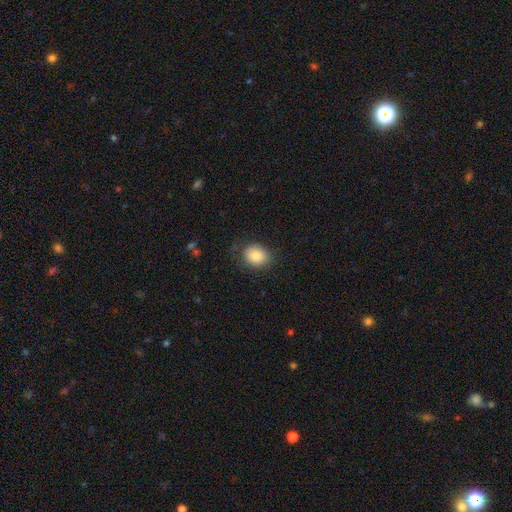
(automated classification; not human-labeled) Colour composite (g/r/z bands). It shows a smooth galaxy with no disk features (84%) that is round (54%). Merging: none (77%).